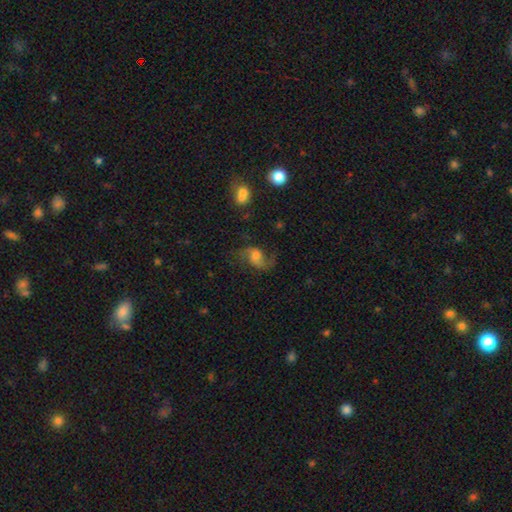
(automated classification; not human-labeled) This is likely a featured or disk galaxy (73%). It is clearly not viewed edge-on (97%). Bar: possibly no (51%). Spiral arm pattern: clearly yes (93%). Spiral arm count: clearly 2 (87%). Spiral winding: likely loose (64%). Central bulge: possibly moderate (49%). Merging: likely none (63%).